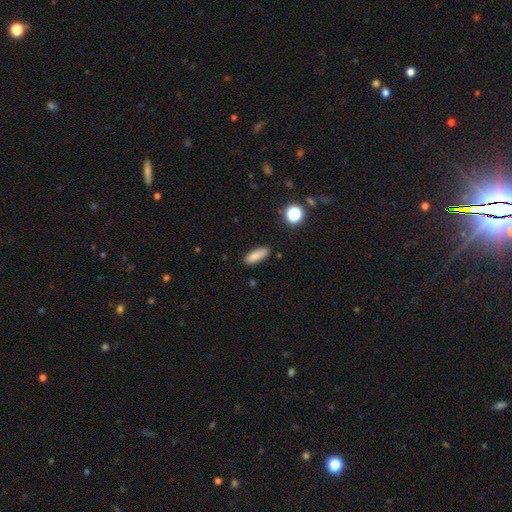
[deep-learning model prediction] Smooth or featured: smooth — 84% (star or artifact — 9%)
How rounded: in between — 57% (cigar-shaped — 40%)
Merging: none — 84% (minor disturbance — 11%)